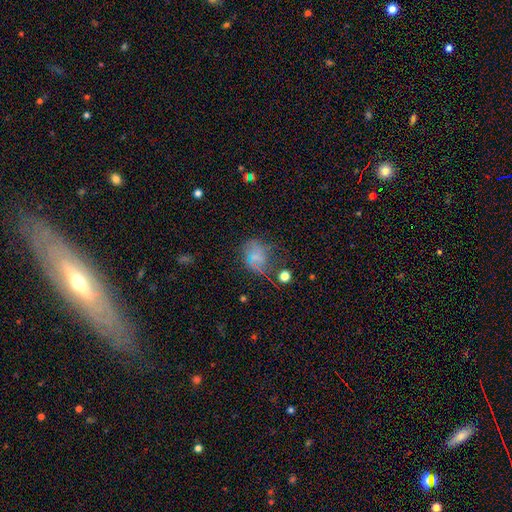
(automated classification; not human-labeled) smooth-or-featured: smooth: 62% | star or artifact: 19% | featured or disk: 19%
  how-rounded: round: 50% | in between: 48% | cigar-shaped: 1%
  merging: none: 48% | minor disturbance: 25% | major disturbance: 21% | merger: 6%